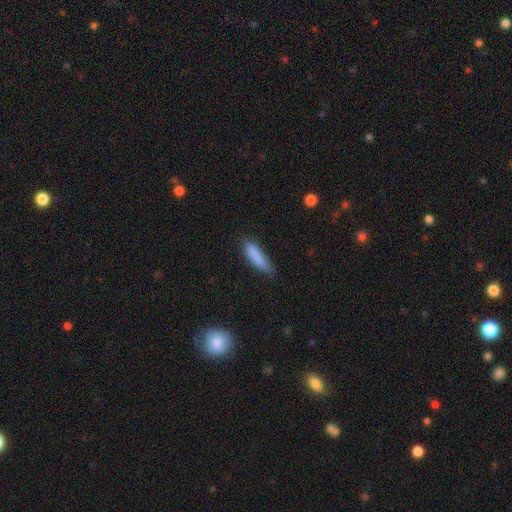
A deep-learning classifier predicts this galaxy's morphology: Smooth or featured?
  - smooth: 85% *
  - featured or disk: 8%
  - star or artifact: 7%
How rounded?
  - cigar-shaped: 69% *
  - in between: 30%
  - round: 2%
Merging?
  - none: 69% *
  - minor disturbance: 24%
  - major disturbance: 5%
  - merger: 2%